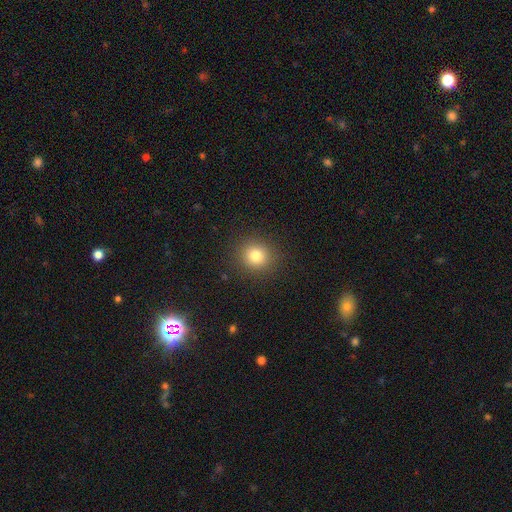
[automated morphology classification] Smooth or featured: smooth — 80% (star or artifact — 13%)
How rounded: round — 88% (in between — 11%)
Merging: none — 90% (minor disturbance — 6%)